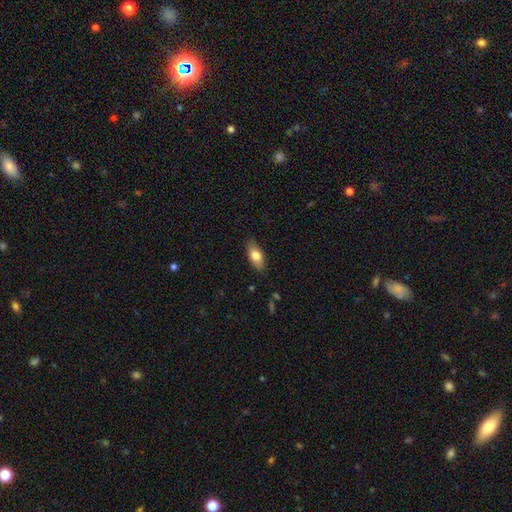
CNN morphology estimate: Smooth or featured: smooth — 76% (featured or disk — 17%)
How rounded: in between — 86% (cigar-shaped — 10%)
Merging: none — 85% (minor disturbance — 12%)